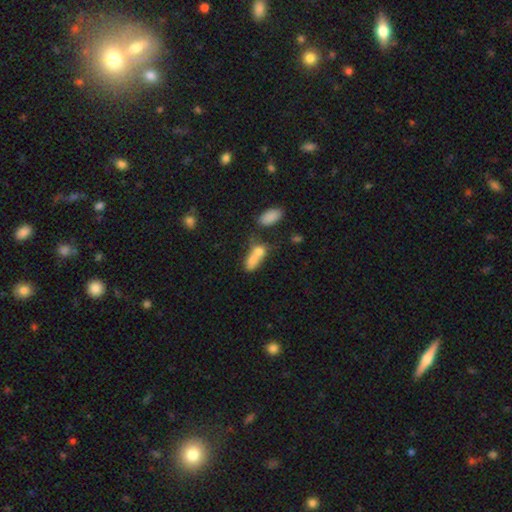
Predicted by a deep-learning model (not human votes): A smooth galaxy with no disk features (72%) that is in between round and cigar-shaped (74%).

Vote fractions:
- Smooth or featured? smooth: 72% / featured or disk: 18% / star or artifact: 10%
- How rounded? in between: 74% / cigar-shaped: 18% / round: 8%
- Merging? merger: 56% / none: 22% / minor disturbance: 12% / major disturbance: 10%